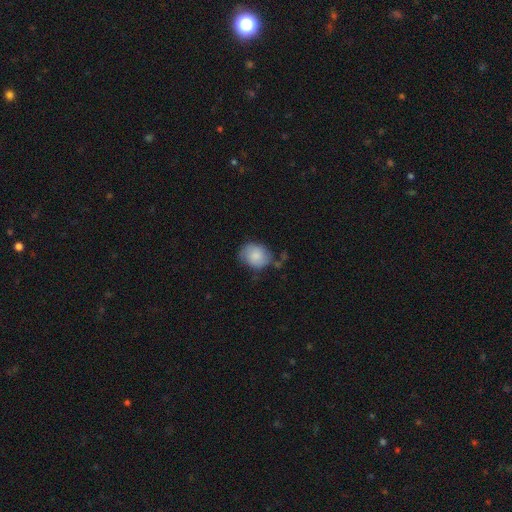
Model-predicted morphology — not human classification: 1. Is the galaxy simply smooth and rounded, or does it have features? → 76% smooth, 17% featured or disk, 7% star or artifact.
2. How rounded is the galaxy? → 54% round, 45% in between, 1% cigar-shaped.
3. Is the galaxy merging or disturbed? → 60% none, 27% minor disturbance, 8% major disturbance, 5% merger.